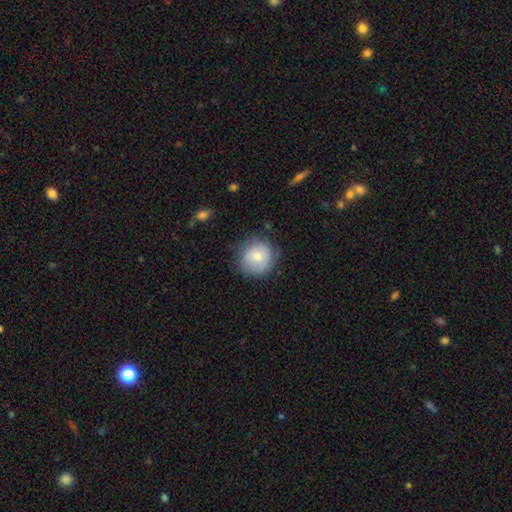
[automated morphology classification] This is likely a smooth galaxy (76%). How rounded: clearly round (88%). Merging: likely none (74%).